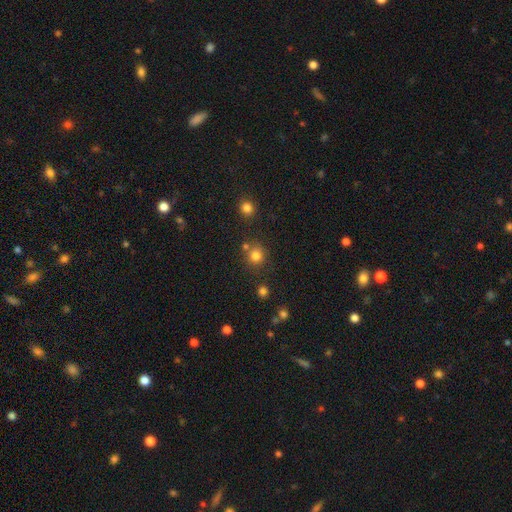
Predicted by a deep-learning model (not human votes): smooth-or-featured: smooth: 80% | star or artifact: 15% | featured or disk: 6%
  how-rounded: round: 90% | in between: 9% | cigar-shaped: 1%
  merging: none: 75% | merger: 13% | minor disturbance: 9% | major disturbance: 3%